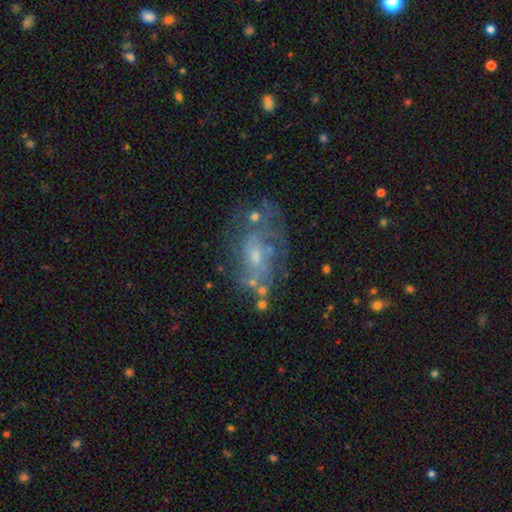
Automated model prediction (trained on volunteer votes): Q: Smooth or featured?
A: featured or disk (67%); runner-up: smooth (19%)
Q: Edge-on disk?
A: no (95%); runner-up: yes (5%)
Q: Bar?
A: no (65%); runner-up: weak (30%)
Q: Spiral arms?
A: yes (71%); runner-up: no (29%)
Q: Bulge size?
A: small (58%); runner-up: moderate (32%)
Q: Merging?
A: none (60%); runner-up: minor disturbance (19%)